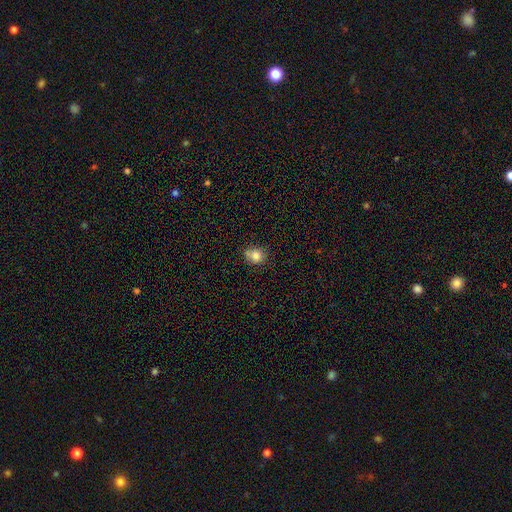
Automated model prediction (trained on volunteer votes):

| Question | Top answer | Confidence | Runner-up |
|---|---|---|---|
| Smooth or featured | smooth | 79% | star or artifact (11%) |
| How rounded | round | 75% | in between (24%) |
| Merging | none | 60% | minor disturbance (20%) |